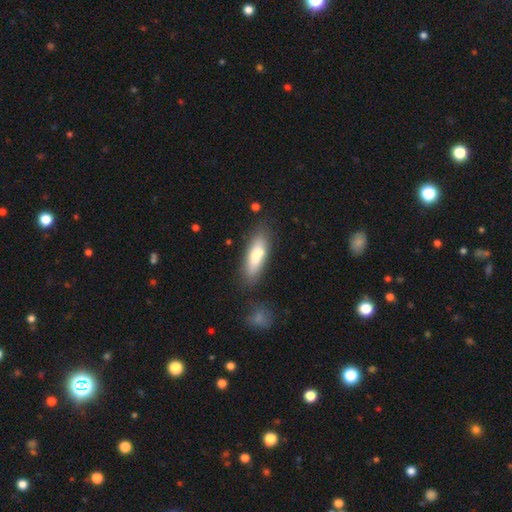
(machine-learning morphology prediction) Smooth or featured: smooth — 69% (featured or disk — 25%)
How rounded: in between — 50% (cigar-shaped — 48%)
Merging: none — 74% (minor disturbance — 15%)